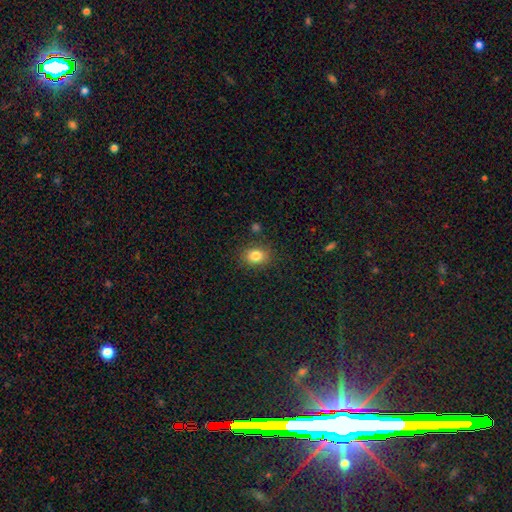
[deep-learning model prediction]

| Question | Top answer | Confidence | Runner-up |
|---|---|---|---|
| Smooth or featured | smooth | 83% | star or artifact (11%) |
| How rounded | round | 51% | in between (49%) |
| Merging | none | 85% | minor disturbance (10%) |